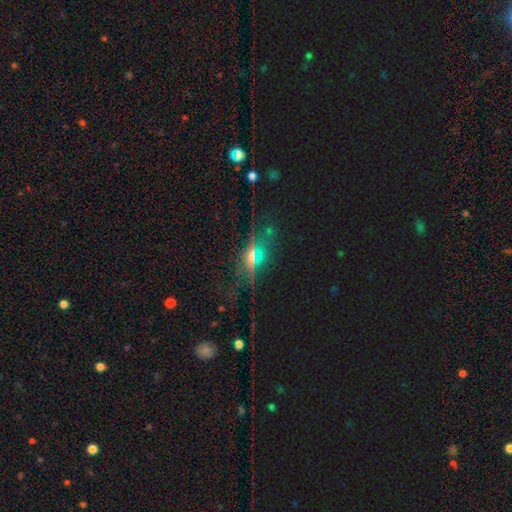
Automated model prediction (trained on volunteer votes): Smooth or featured? featured or disk (46%)
Merging? none (69%)